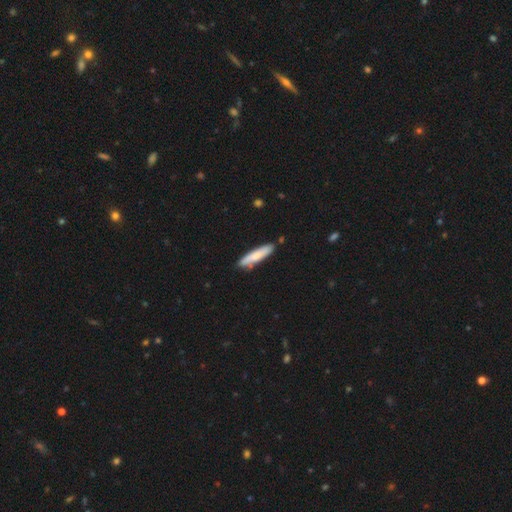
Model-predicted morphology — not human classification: A smooth galaxy with no disk features (74%) that is cigar-shaped (84%). Merging: none (79%).